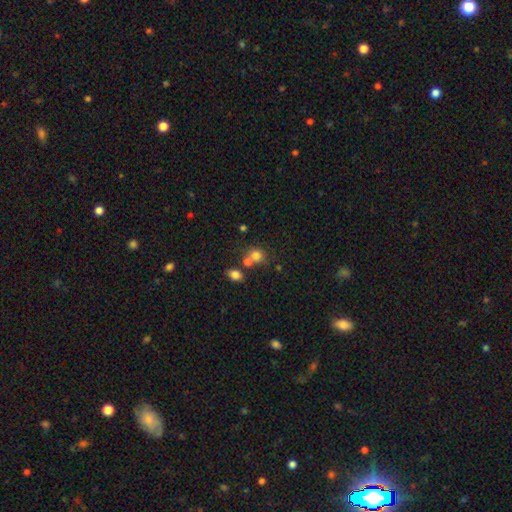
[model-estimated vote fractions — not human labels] smooth-or-featured: smooth: 76% | star or artifact: 14% | featured or disk: 10%
  how-rounded: round: 72% | in between: 27% | cigar-shaped: 1%
  merging: none: 50% | merger: 36% | minor disturbance: 10% | major disturbance: 4%